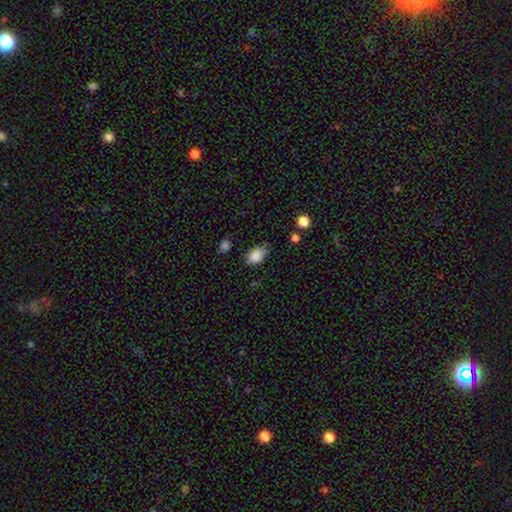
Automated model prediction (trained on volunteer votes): Smooth or featured? Predicted: smooth (p=0.87). How rounded? Predicted: in between (p=0.85). Merging? Predicted: none (p=0.66).